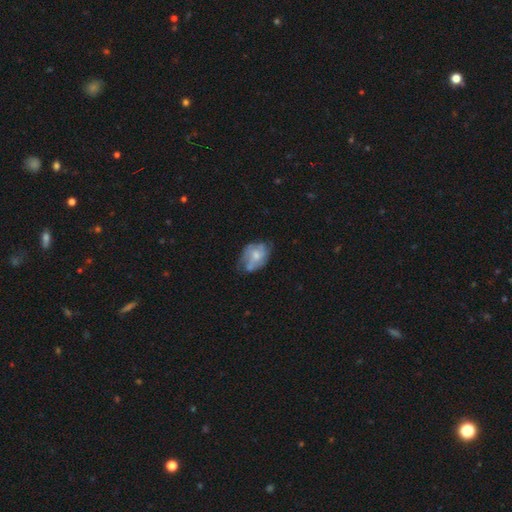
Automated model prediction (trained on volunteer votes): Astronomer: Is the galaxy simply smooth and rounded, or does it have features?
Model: featured or disk — 56% (runner-up: smooth, 37%).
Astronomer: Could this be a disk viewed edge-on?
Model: no — 96%.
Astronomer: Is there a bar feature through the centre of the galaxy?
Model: no — 70%.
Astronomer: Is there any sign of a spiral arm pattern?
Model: yes — 64%.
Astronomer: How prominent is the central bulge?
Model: moderate — 47% (runner-up: small, 35%).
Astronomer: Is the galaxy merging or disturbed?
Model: none — 47% (runner-up: minor disturbance, 32%).